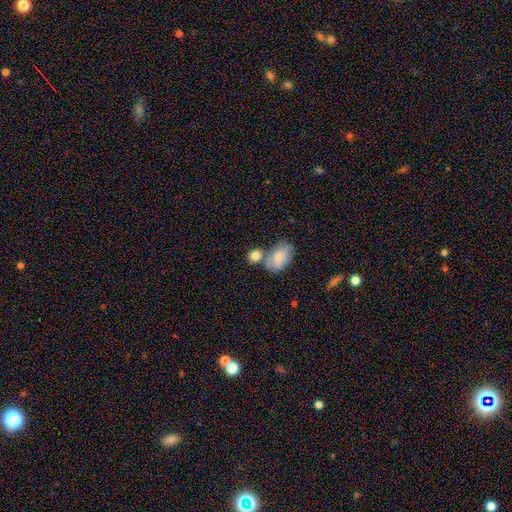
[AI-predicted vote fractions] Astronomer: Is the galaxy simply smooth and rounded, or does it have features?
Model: smooth — 81%.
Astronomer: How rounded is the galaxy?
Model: in between — 50% (runner-up: round, 48%).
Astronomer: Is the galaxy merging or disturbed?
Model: none — 46% (runner-up: merger, 35%).